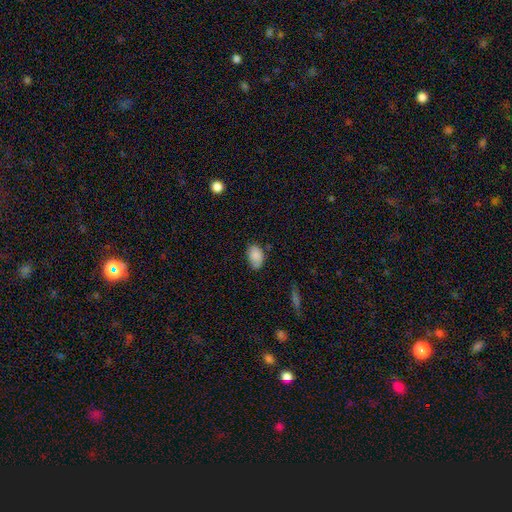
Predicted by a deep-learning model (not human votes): Smooth or featured: smooth — 86% (star or artifact — 7%)
How rounded: in between — 88% (round — 11%)
Merging: none — 67% (minor disturbance — 26%)